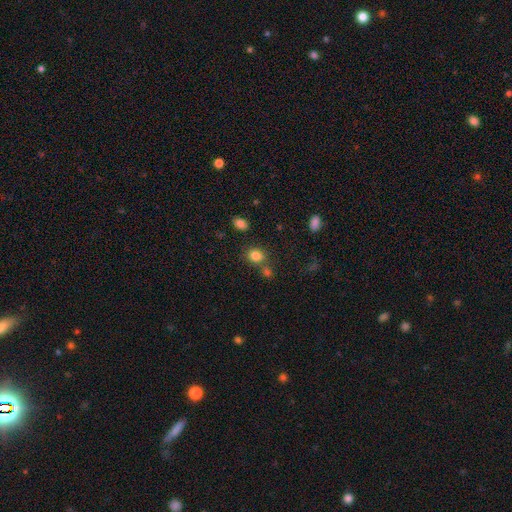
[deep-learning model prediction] Morphology: type=smooth (81%); roundness=round (70%); merging=none (70%).